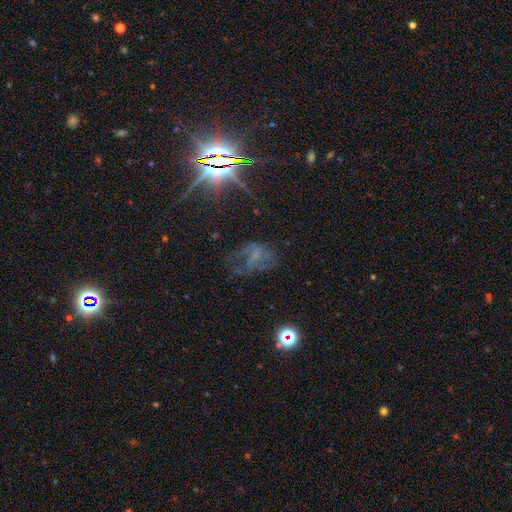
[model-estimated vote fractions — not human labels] smooth-or-featured: featured or disk: 47% | star or artifact: 29% | smooth: 25%
  merging: none: 42% | major disturbance: 34% | minor disturbance: 22% | merger: 3%